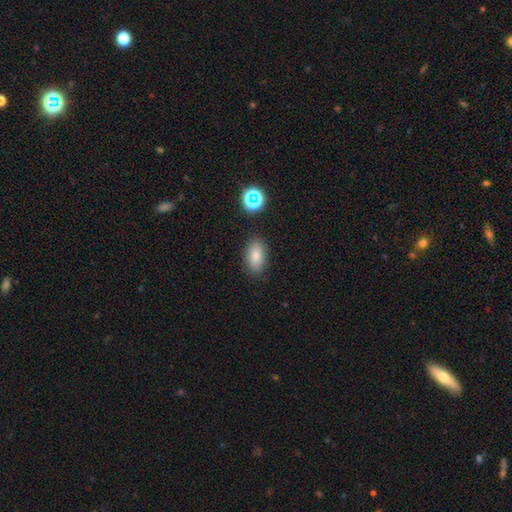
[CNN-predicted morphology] A smooth galaxy with no disk features (81%) that is in between round and cigar-shaped (90%).

Vote fractions:
- Smooth or featured? smooth: 81% / star or artifact: 10% / featured or disk: 8%
- How rounded? in between: 90% / round: 7% / cigar-shaped: 3%
- Merging? none: 85% / minor disturbance: 9% / major disturbance: 3% / merger: 2%